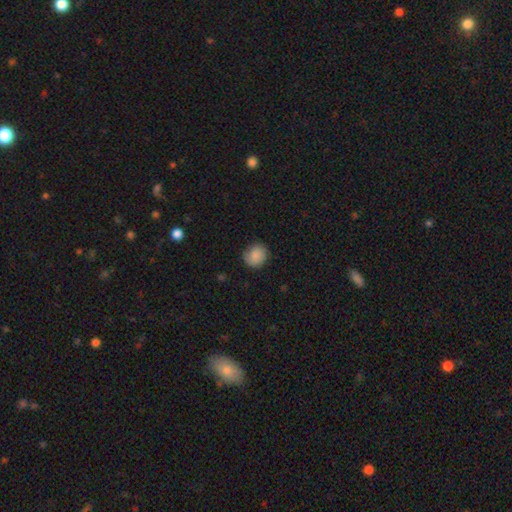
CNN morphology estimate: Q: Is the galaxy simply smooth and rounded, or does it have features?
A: smooth — 86%.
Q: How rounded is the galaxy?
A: round — 85%.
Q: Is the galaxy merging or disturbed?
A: none — 84%.